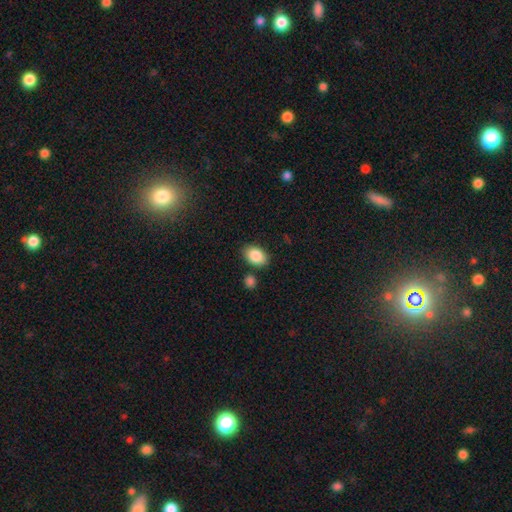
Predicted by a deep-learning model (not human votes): Smooth or featured?
  - smooth: 87% *
  - star or artifact: 7%
  - featured or disk: 6%
How rounded?
  - in between: 85% *
  - round: 14%
  - cigar-shaped: 1%
Merging?
  - none: 81% *
  - minor disturbance: 11%
  - merger: 5%
  - major disturbance: 3%